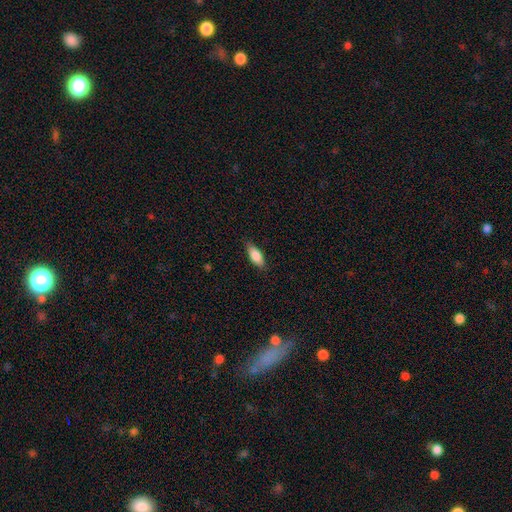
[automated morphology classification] type=smooth (82%); roundness=in between (76%); merging=none (83%).